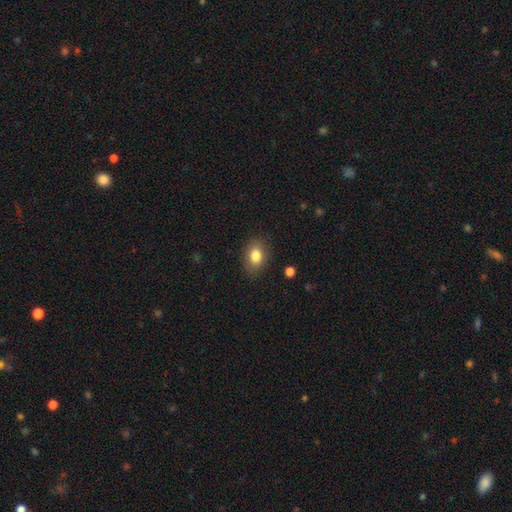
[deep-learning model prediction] Smooth or featured? smooth (83%)
How rounded? in between (75%)
Merging? none (84%)